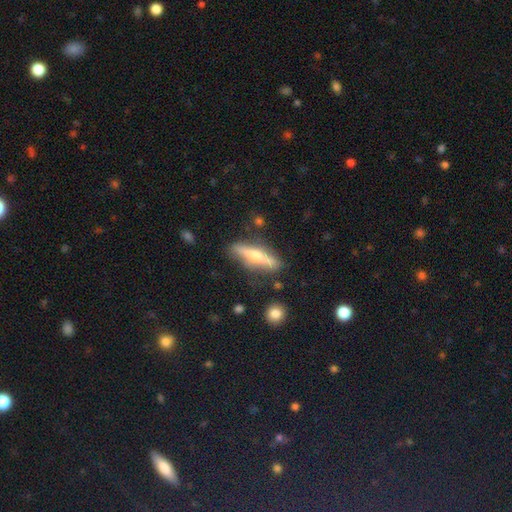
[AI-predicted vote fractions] Smooth or featured?
  - featured or disk: 60% *
  - smooth: 33%
  - star or artifact: 6%
Edge-on disk?
  - yes: 94% *
  - no: 6%
Edge-on bulge?
  - rounded: 88% *
  - none: 6%
  - boxy: 6%
Merging?
  - none: 82% *
  - minor disturbance: 12%
  - major disturbance: 3%
  - merger: 3%